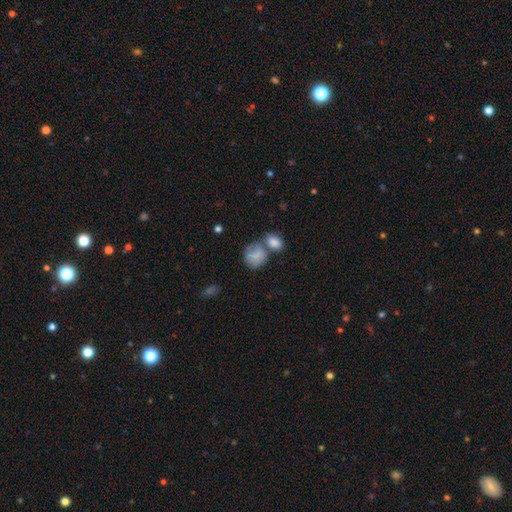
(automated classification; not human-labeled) Smooth or featured?
  - smooth: 82% *
  - featured or disk: 11%
  - star or artifact: 7%
How rounded?
  - round: 58% *
  - in between: 41%
  - cigar-shaped: 1%
Merging?
  - merger: 44% *
  - none: 35%
  - minor disturbance: 15%
  - major disturbance: 7%